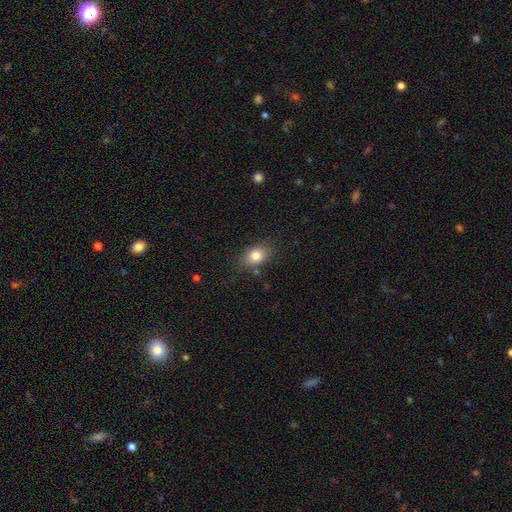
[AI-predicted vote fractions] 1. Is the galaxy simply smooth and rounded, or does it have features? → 82% smooth, 9% star or artifact, 9% featured or disk.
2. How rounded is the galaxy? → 70% in between, 28% round, 2% cigar-shaped.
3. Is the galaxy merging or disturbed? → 78% none, 15% minor disturbance, 4% major disturbance, 3% merger.